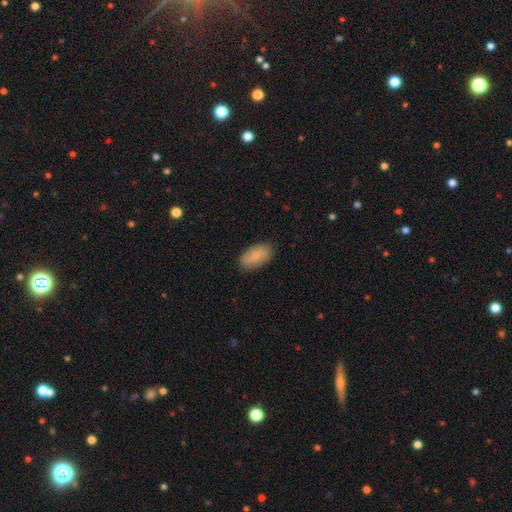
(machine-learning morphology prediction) Smooth or featured? Predicted: smooth (p=0.83). How rounded? Predicted: in between (p=0.93). Merging? Predicted: none (p=0.86).